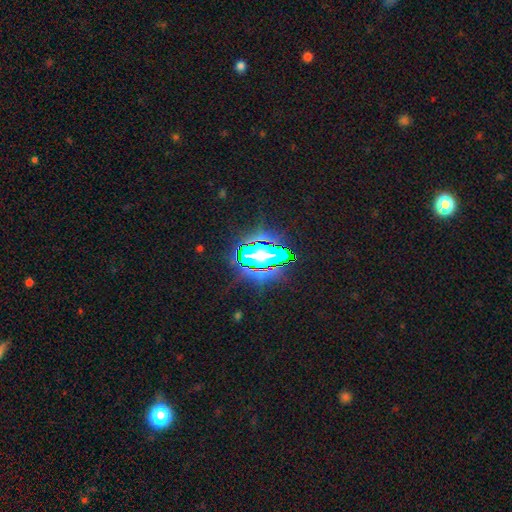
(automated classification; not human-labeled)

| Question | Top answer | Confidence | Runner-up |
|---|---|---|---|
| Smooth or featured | star or artifact | 72% | smooth (15%) |